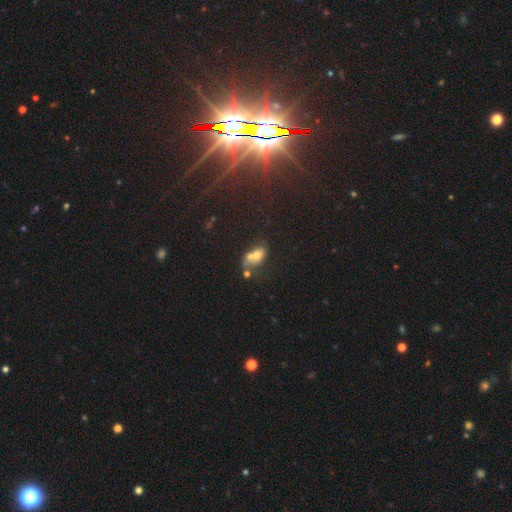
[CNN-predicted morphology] This is possibly a smooth galaxy (59%). How rounded: likely in between (74%). Merging: possibly merger (56%).